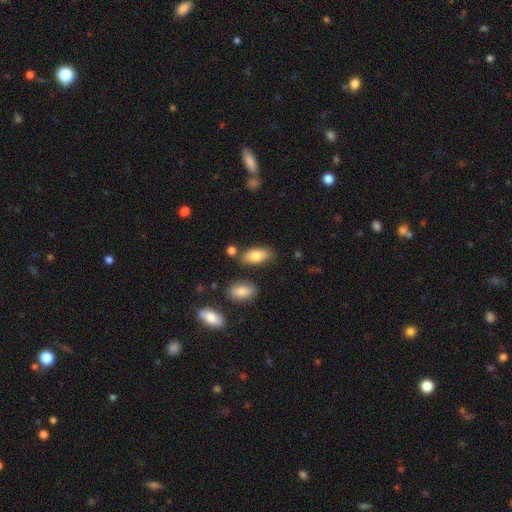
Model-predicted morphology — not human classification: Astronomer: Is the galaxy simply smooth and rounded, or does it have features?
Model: smooth — 80%.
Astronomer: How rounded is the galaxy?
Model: in between — 90%.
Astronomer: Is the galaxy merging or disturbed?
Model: none — 75%.